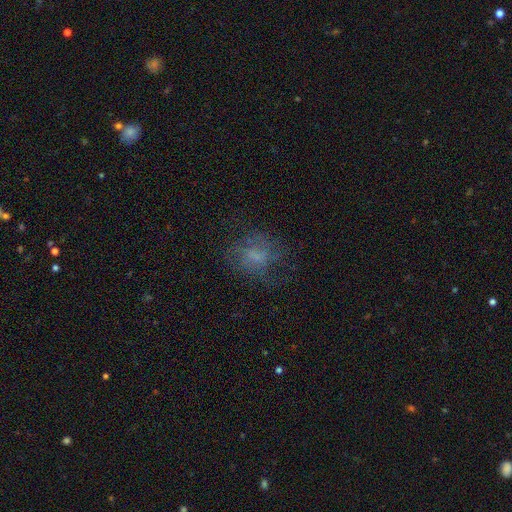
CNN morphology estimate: smooth_or_featured: smooth (p=0.42) [tied with: featured or disk p=0.42]
merging: none (p=0.59) [alt: major disturbance p=0.20]